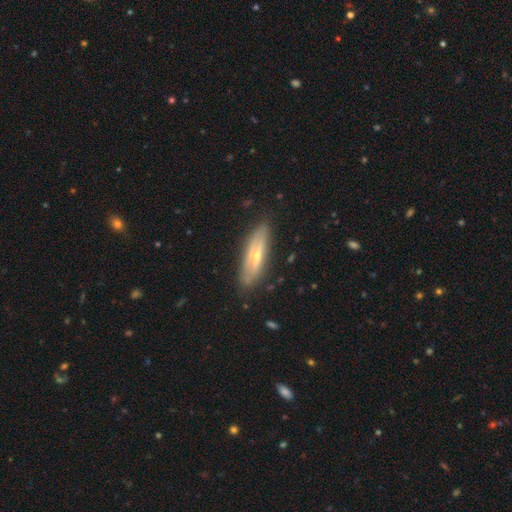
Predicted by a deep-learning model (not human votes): Morphology: type=featured or disk (59%); edge-on=yes (64%); merging=none (83%).